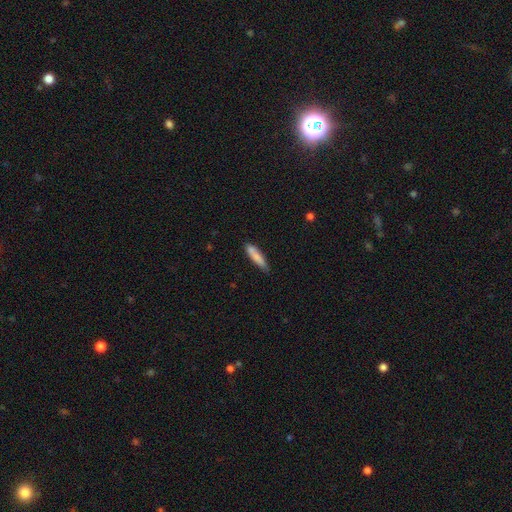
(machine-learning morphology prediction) smooth-or-featured: smooth: 81% | featured or disk: 13% | star or artifact: 6%
  how-rounded: cigar-shaped: 80% | in between: 19% | round: 1%
  merging: none: 72% | minor disturbance: 20% | merger: 4% | major disturbance: 3%